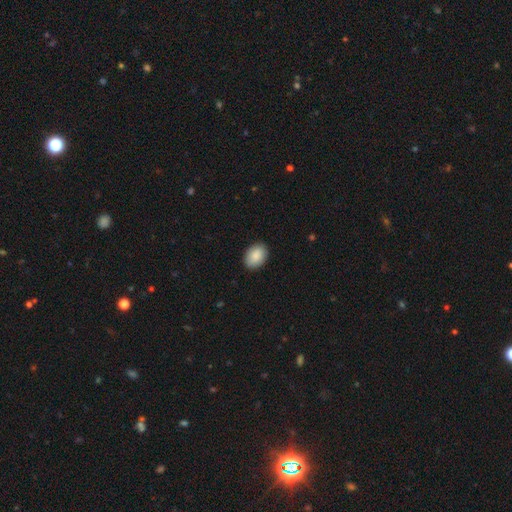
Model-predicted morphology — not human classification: Smooth or featured? Predicted: smooth (p=0.90). How rounded? Predicted: in between (p=0.79). Merging? Predicted: none (p=0.89).